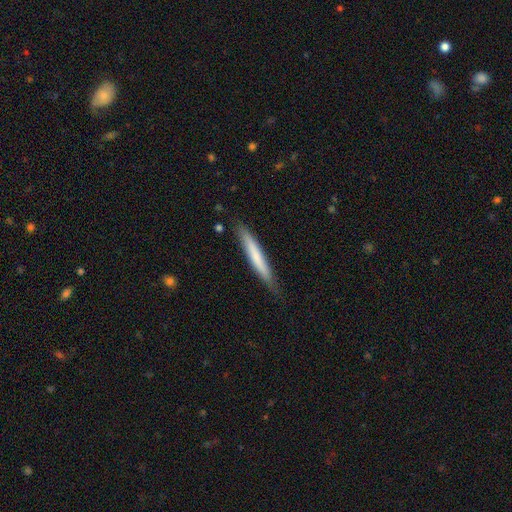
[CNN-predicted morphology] A smooth galaxy with no disk features (65%) that is cigar-shaped (96%). Merging: none (83%).